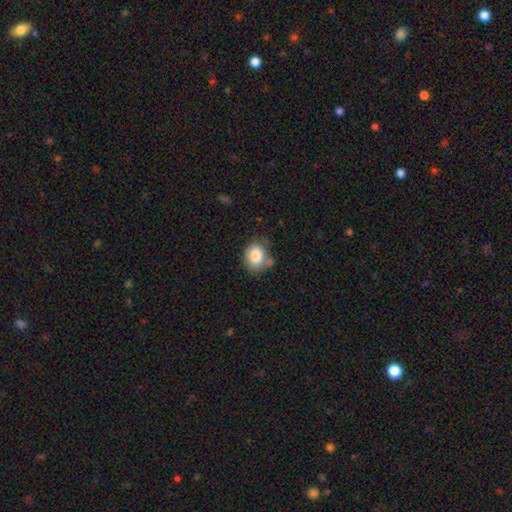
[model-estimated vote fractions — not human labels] Smooth or featured?
  - smooth: 84% *
  - featured or disk: 8%
  - star or artifact: 8%
How rounded?
  - in between: 51% *
  - round: 48%
  - cigar-shaped: 1%
Merging?
  - none: 61% *
  - minor disturbance: 23%
  - merger: 9%
  - major disturbance: 7%